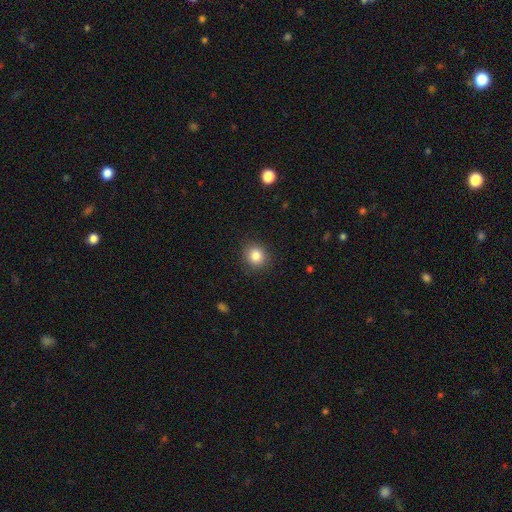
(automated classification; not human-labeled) smooth-or-featured: smooth: 84% | star or artifact: 10% | featured or disk: 5%
  how-rounded: round: 83% | in between: 16% | cigar-shaped: 1%
  merging: none: 89% | minor disturbance: 8% | major disturbance: 2% | merger: 1%